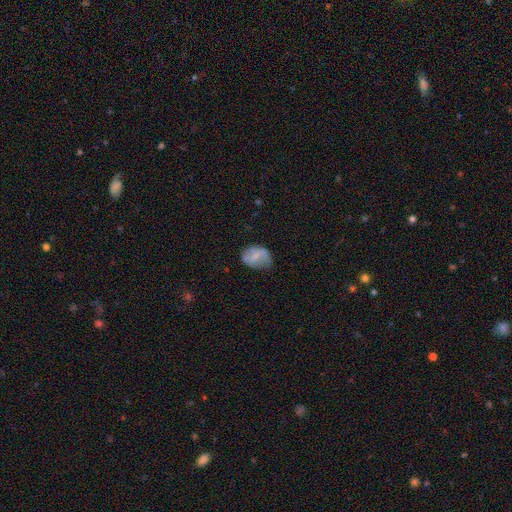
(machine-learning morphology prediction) Smooth or featured: smooth — 53% (featured or disk — 39%)
How rounded: in between — 68% (round — 31%)
Merging: none — 56% (minor disturbance — 31%)